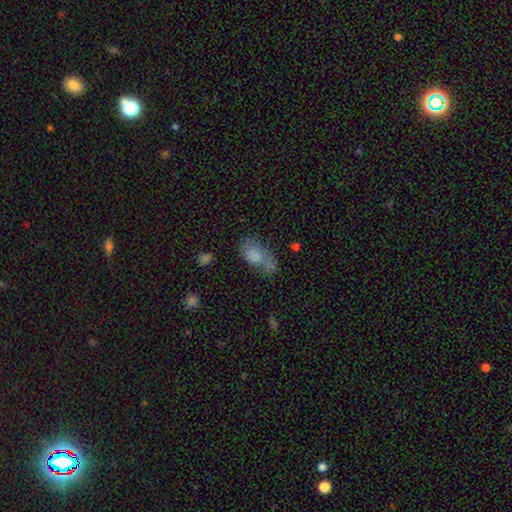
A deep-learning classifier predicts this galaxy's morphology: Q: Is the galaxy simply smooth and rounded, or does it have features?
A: smooth — 73%.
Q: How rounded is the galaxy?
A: in between — 89%.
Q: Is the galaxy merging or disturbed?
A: none — 36%.